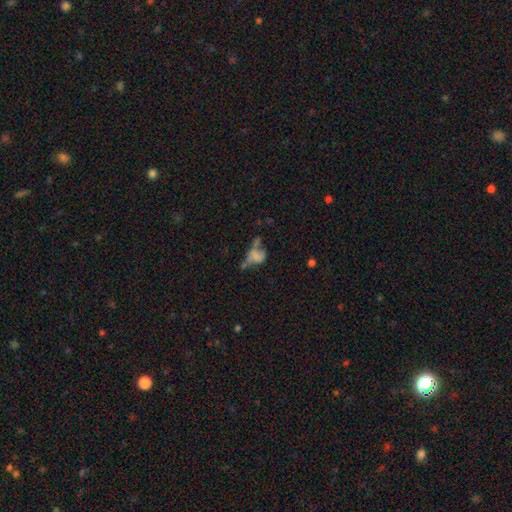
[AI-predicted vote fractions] A smooth galaxy with no disk features (45%).

Vote fractions:
- Smooth or featured? smooth: 45% / featured or disk: 37% / star or artifact: 17%
- Merging? major disturbance: 32% / merger: 31% / none: 21% / minor disturbance: 17%